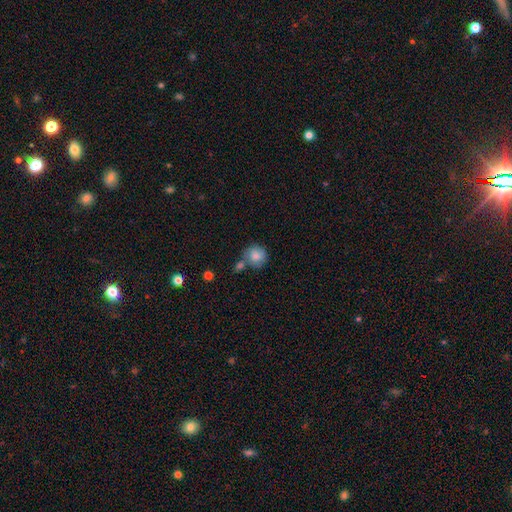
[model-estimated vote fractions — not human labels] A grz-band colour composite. It shows a smooth galaxy with no disk features (80%) that is round (83%). Merging: none (50%).